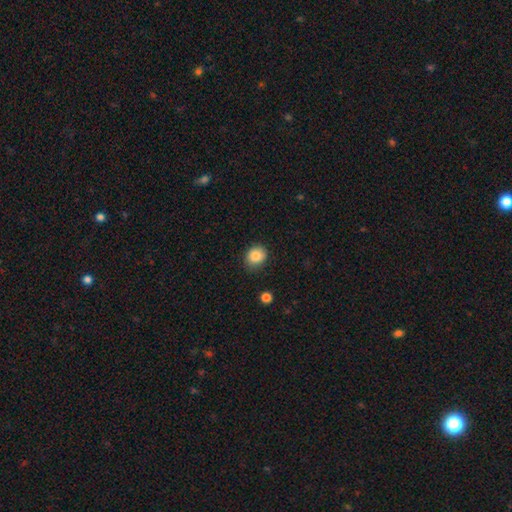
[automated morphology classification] smooth-or-featured: smooth: 86% | star or artifact: 9% | featured or disk: 5%
  how-rounded: round: 66% | in between: 33% | cigar-shaped: 1%
  merging: none: 79% | minor disturbance: 17% | major disturbance: 3% | merger: 1%